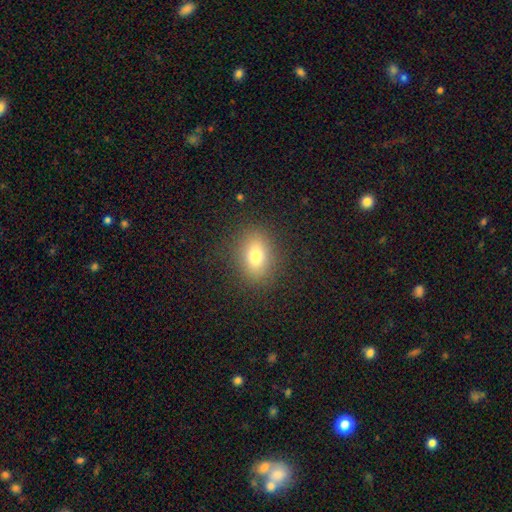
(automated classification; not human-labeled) This appears to be a smooth galaxy with no disk features (76%) that is in between round and cigar-shaped (71%). Merging: none (87%).